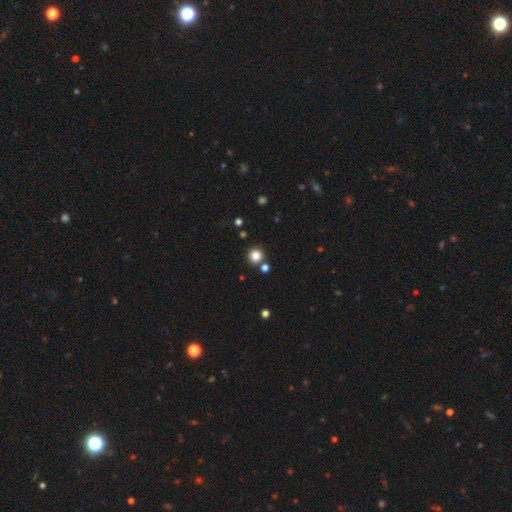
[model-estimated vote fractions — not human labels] Smooth or featured: smooth — 82% (star or artifact — 13%)
How rounded: round — 93% (in between — 6%)
Merging: none — 82% (merger — 9%)